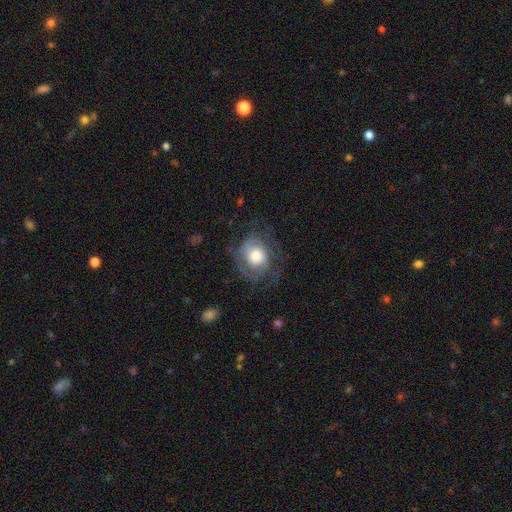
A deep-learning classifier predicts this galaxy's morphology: Smooth or featured?
  - featured or disk: 55% *
  - smooth: 36%
  - star or artifact: 8%
Edge-on disk?
  - no: 97% *
  - yes: 3%
Bar?
  - no: 81% *
  - weak: 16%
  - strong: 3%
Spiral arms?
  - yes: 73% *
  - no: 27%
Bulge size?
  - moderate: 50% *
  - large: 35%
  - small: 10%
  - dominant: 4%
  - none: 2%
Merging?
  - none: 58% *
  - minor disturbance: 21%
  - major disturbance: 20%
  - merger: 1%